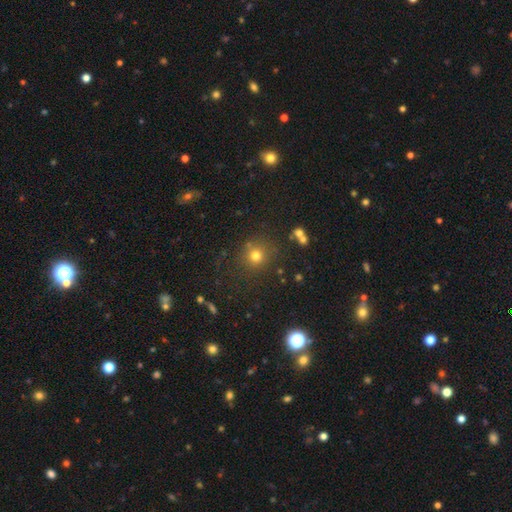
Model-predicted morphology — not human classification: Smooth or featured? smooth (75%)
How rounded? round (92%)
Merging? none (82%)